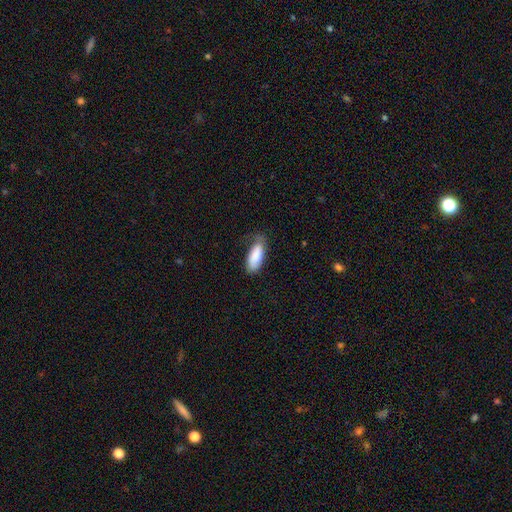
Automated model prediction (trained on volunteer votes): This appears to be a smooth galaxy with no disk features (85%) that is in between round and cigar-shaped (82%). Merging: none (45%).